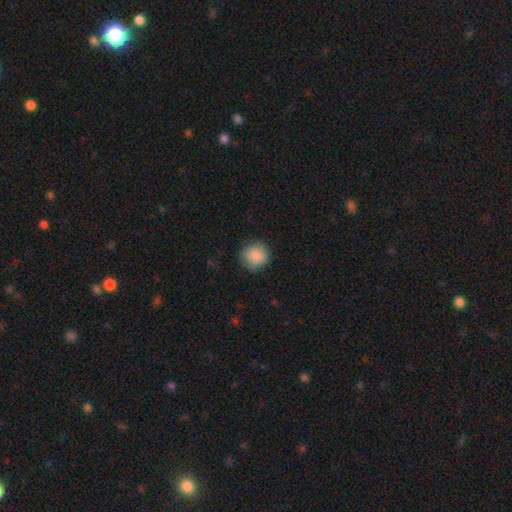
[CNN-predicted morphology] The model was most divided on "merging": none: 80%, minor disturbance: 15%, major disturbance: 3%, merger: 1%. More confident: how rounded — round (92%); smooth or featured — smooth (87%).